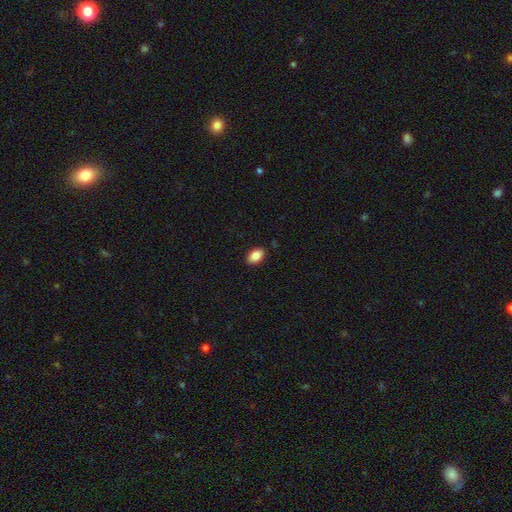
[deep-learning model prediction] Smooth or featured: smooth — 85% (star or artifact — 8%)
How rounded: in between — 88% (round — 10%)
Merging: none — 88% (minor disturbance — 9%)